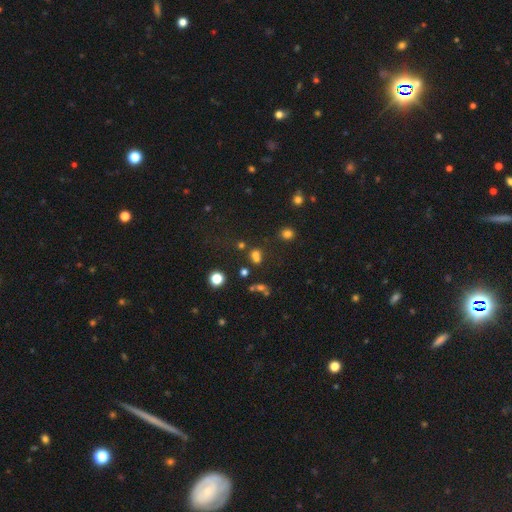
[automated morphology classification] Q: Smooth or featured?
A: smooth (61%); runner-up: star or artifact (28%)
Q: How rounded?
A: round (62%); runner-up: in between (35%)
Q: Merging?
A: none (46%); runner-up: merger (36%)